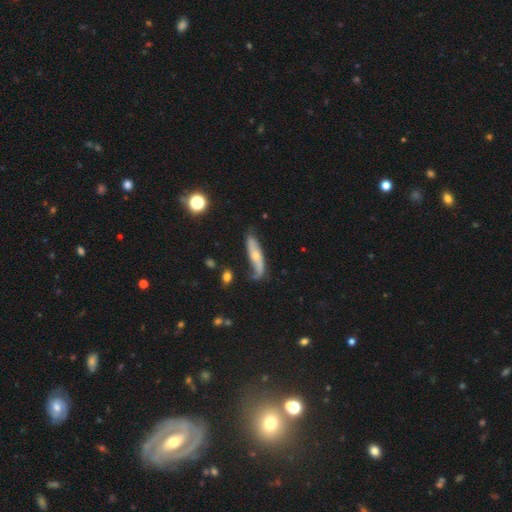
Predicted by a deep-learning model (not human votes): Smooth or featured: featured or disk — 57% (smooth — 37%)
Edge-on disk: no — 60% (yes — 40%)
Merging: none — 50% (minor disturbance — 32%)